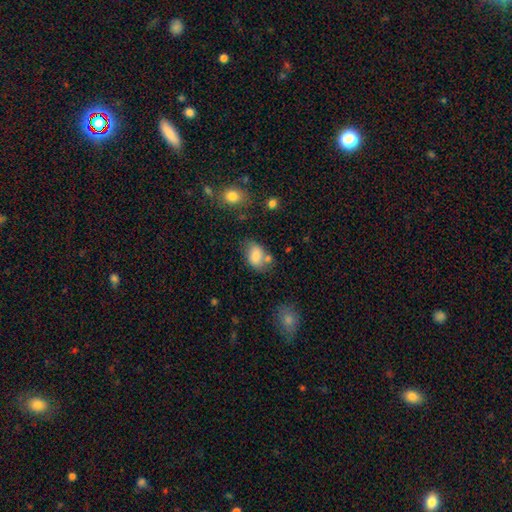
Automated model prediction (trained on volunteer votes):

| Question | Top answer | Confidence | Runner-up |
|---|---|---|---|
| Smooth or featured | smooth | 81% | featured or disk (11%) |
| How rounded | in between | 82% | round (17%) |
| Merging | none | 53% | minor disturbance (23%) |